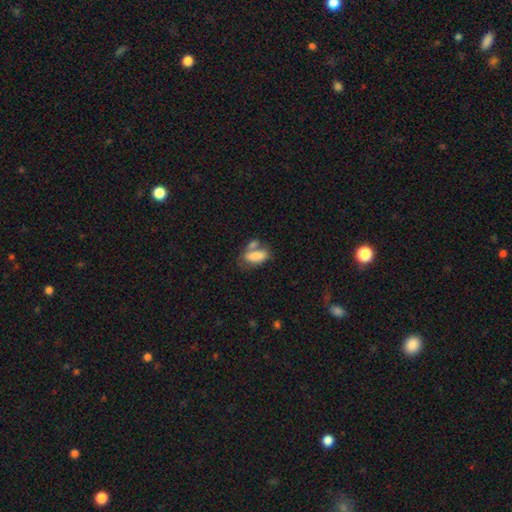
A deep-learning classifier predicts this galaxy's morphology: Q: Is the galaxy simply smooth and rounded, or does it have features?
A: smooth — 79%.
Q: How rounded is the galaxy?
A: in between — 85%.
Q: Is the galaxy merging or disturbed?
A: merger — 43%.